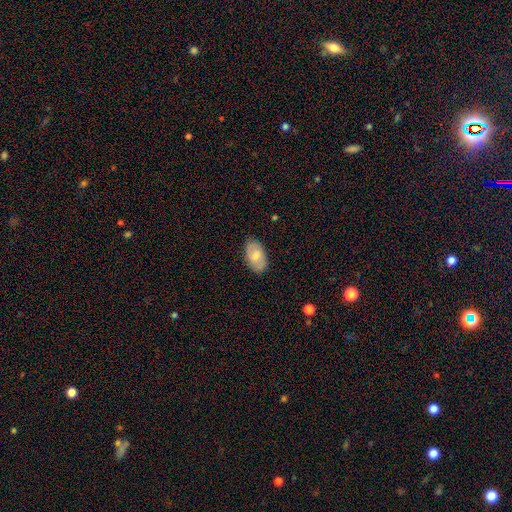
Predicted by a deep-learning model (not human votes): Smooth or featured? Predicted: smooth (p=0.70). How rounded? Predicted: in between (p=0.93). Merging? Predicted: none (p=0.84).